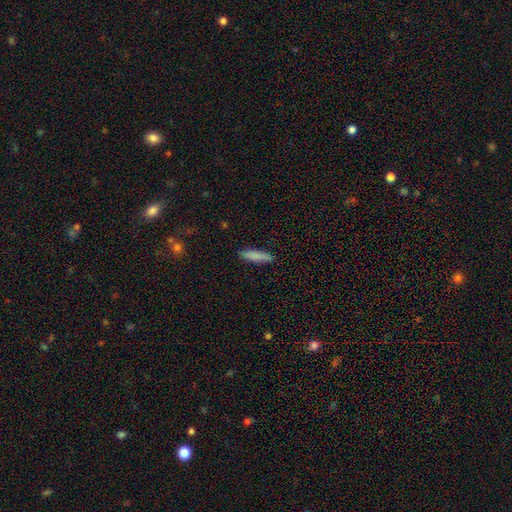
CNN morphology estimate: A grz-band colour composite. It shows a smooth galaxy with no disk features (83%) that is cigar-shaped (77%). Merging: none (87%).